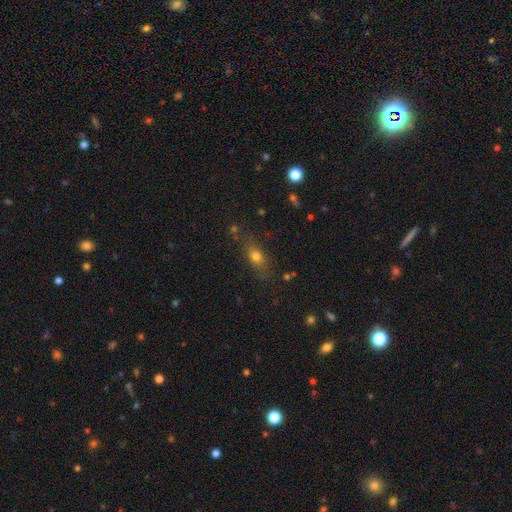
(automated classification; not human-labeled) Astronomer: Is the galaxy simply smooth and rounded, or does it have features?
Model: smooth — 67%.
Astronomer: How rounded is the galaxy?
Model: in between — 63%.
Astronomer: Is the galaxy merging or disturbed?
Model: none — 74%.